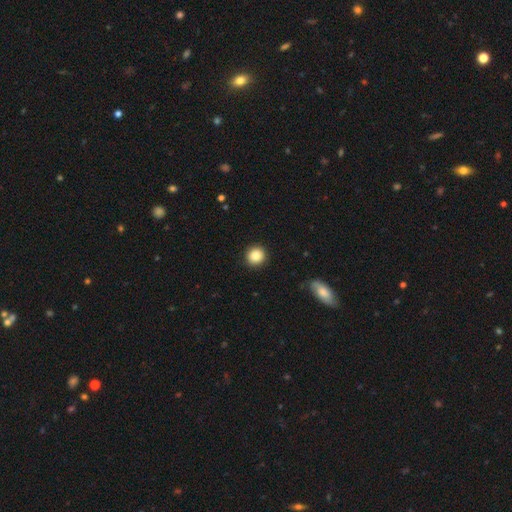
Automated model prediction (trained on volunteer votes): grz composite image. It shows a smooth galaxy with no disk features (85%) that is round (92%). Merging: none (91%).